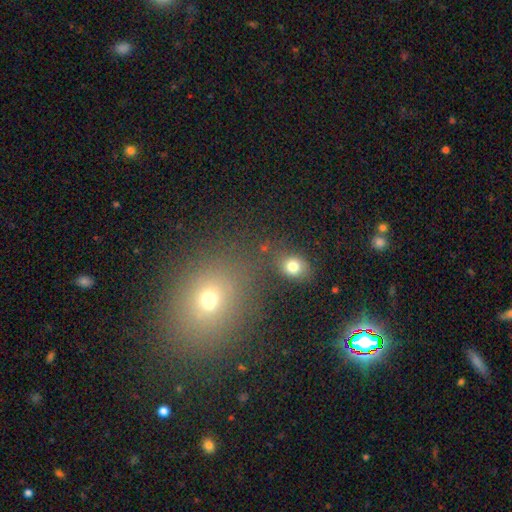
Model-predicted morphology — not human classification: This appears to be a smooth galaxy with no disk features (54%) that is round (50%). Merging: none (79%).